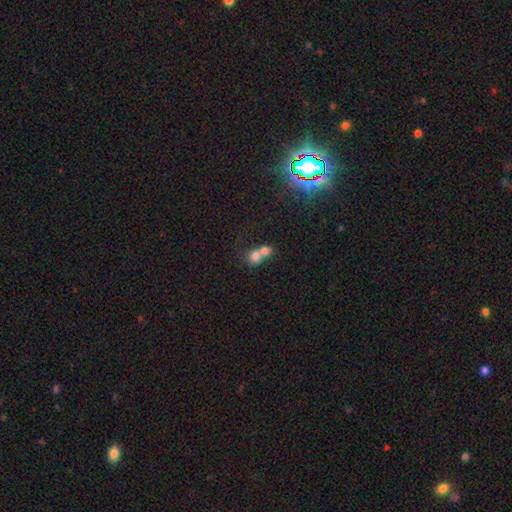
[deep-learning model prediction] Overall: smooth (74%). How rounded: round (65%; in between 33%). Merging: merger (73%).